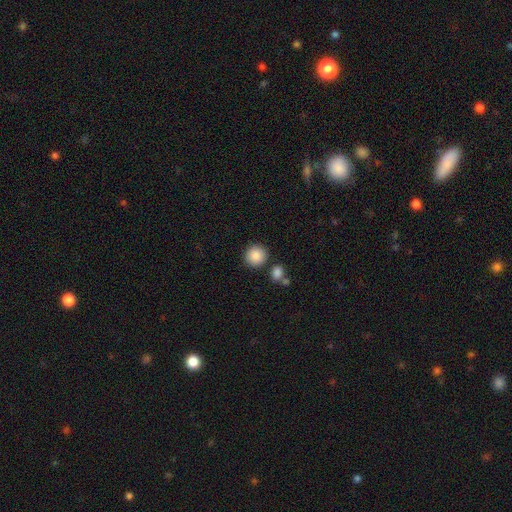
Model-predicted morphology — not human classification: A smooth galaxy with no disk features (88%) that is round (91%).

Vote fractions:
- Smooth or featured? smooth: 88% / star or artifact: 8% / featured or disk: 4%
- How rounded? round: 91% / in between: 8% / cigar-shaped: 1%
- Merging? none: 82% / minor disturbance: 8% / merger: 7% / major disturbance: 3%